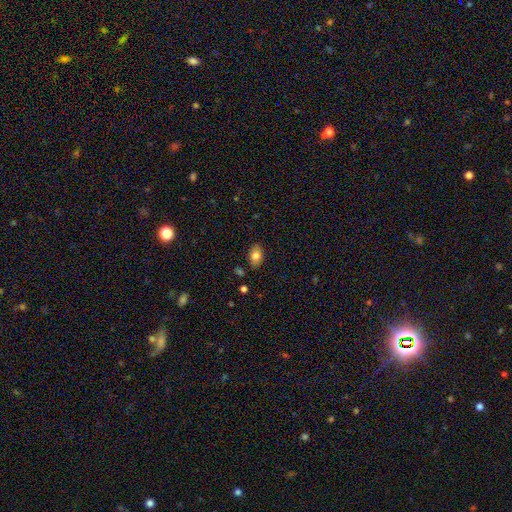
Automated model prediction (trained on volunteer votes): Morphology: type=smooth (81%); roundness=in between (89%); merging=none (85%).